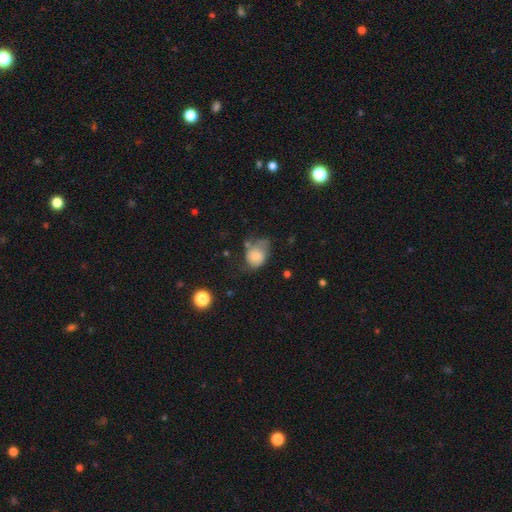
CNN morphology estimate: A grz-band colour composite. It shows a smooth galaxy with no disk features (63%) that is in between round and cigar-shaped (53%). Merging: minor disturbance (35%).